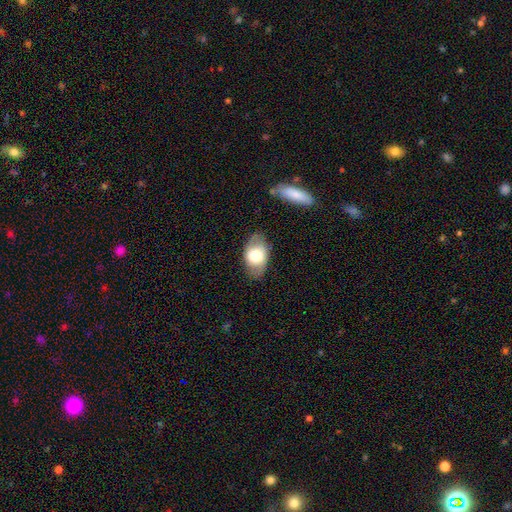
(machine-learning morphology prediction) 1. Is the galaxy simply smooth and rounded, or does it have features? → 60% smooth, 33% featured or disk, 7% star or artifact.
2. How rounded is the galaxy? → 87% in between, 11% round, 2% cigar-shaped.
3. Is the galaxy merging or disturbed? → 77% none, 16% minor disturbance, 5% major disturbance, 2% merger.